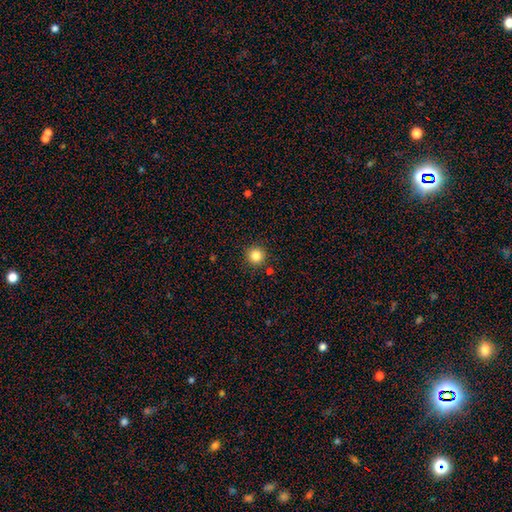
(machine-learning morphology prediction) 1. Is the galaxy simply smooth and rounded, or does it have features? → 84% smooth, 12% star or artifact, 5% featured or disk.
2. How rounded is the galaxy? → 96% round, 3% in between, 1% cigar-shaped.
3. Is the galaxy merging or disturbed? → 90% none, 6% minor disturbance, 2% merger, 2% major disturbance.